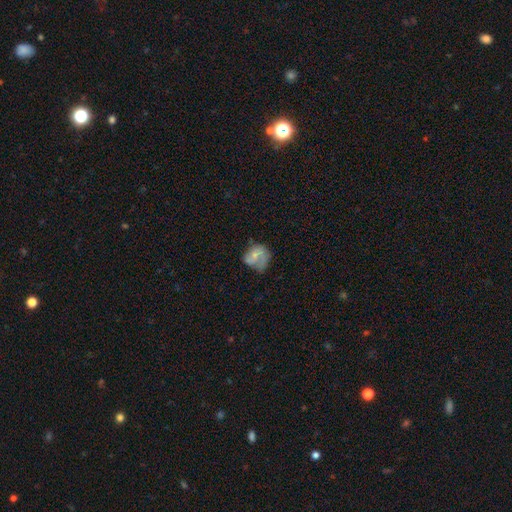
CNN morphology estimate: This is possibly a featured or disk galaxy (48%). Merging: marginally none (36%).